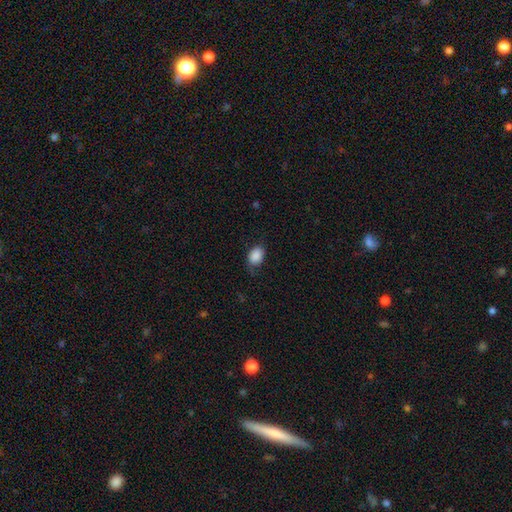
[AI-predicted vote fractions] Overall: smooth (88%). How rounded: in between (80%). Merging: none (66%).